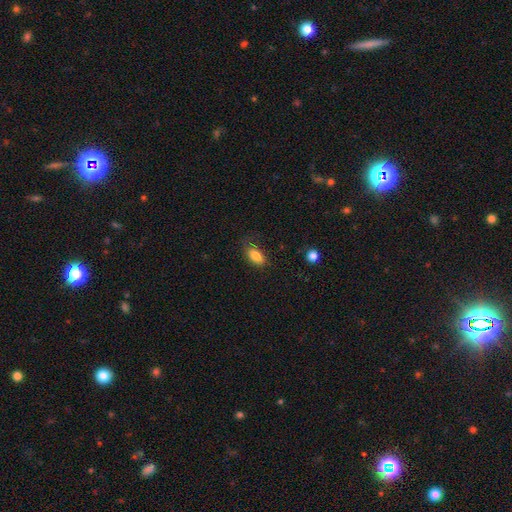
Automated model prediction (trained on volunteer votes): Overall: smooth (86%). How rounded: in between (90%). Merging: none (71%).